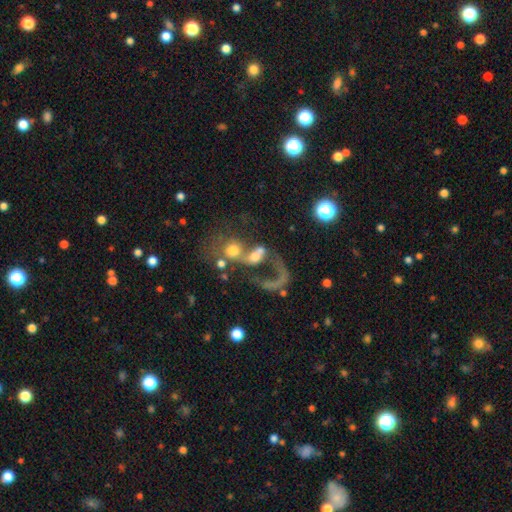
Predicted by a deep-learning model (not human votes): The model was most divided on "smooth or featured": featured or disk: 51%, smooth: 35%, star or artifact: 14%. More confident: edge-on disk — no (95%); merging — merger (66%).